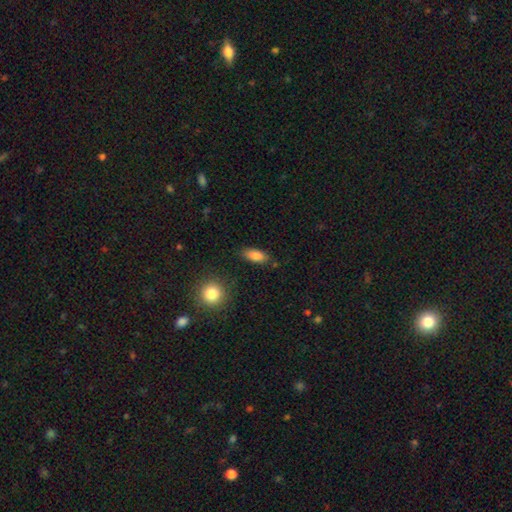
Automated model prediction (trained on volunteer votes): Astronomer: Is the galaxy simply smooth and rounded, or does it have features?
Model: smooth — 83%.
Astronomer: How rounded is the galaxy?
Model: in between — 85%.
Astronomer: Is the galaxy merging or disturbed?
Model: none — 83%.